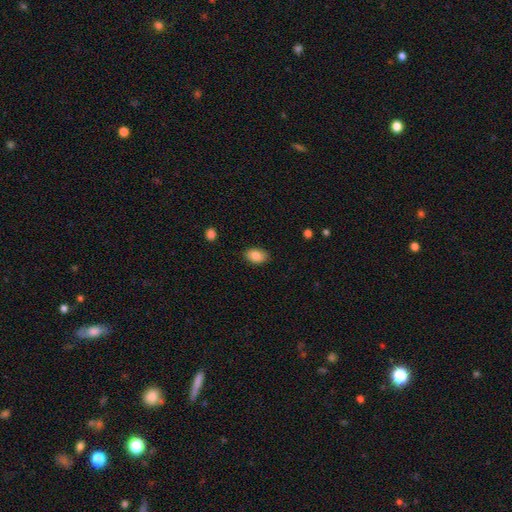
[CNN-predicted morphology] smooth 86%, star or artifact 8%, featured or disk 6%. Down the decision tree: how rounded — in between (89%); merging — none (86%).